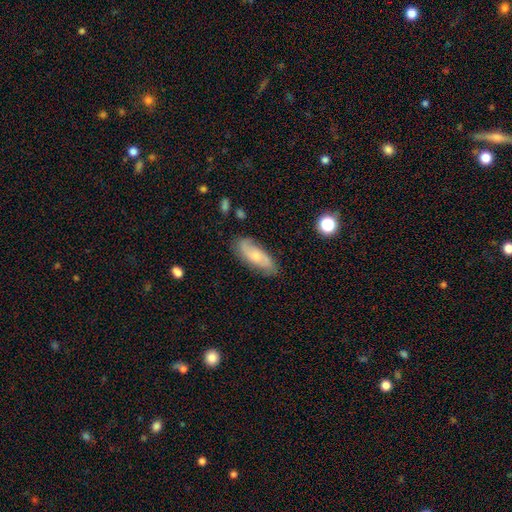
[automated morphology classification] Smooth or featured? featured or disk (50%)
Edge-on disk? no (86%)
Merging? none (76%)